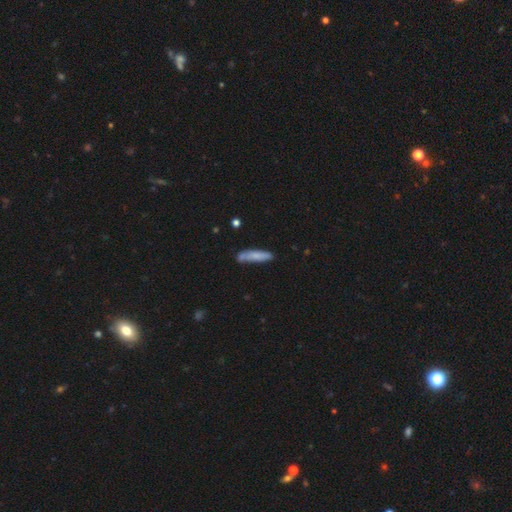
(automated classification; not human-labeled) This is likely a smooth galaxy (75%). How rounded: clearly cigar-shaped (83%). Merging: likely none (67%).